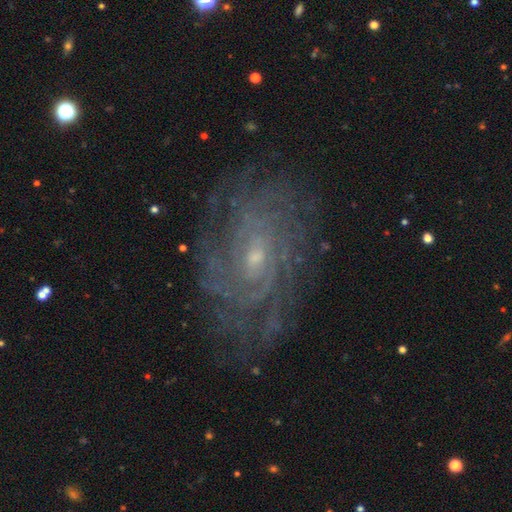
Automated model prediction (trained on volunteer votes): This is clearly a featured or disk galaxy (81%). It is clearly not viewed edge-on (96%). Bar: possibly no (53%). Spiral arm pattern: clearly yes (91%). Spiral arm count: possibly can't tell (47%). Spiral winding: likely tight (62%). Central bulge: likely small (75%). Merging: likely none (76%).